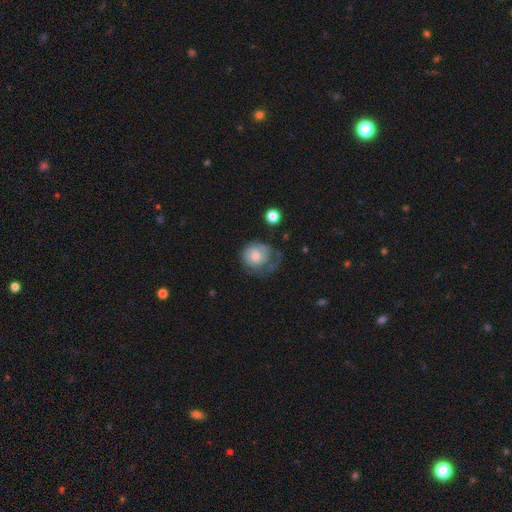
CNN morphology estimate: smooth-or-featured: featured or disk: 55% | smooth: 38% | star or artifact: 7%
  disk-edge-on: no: 97% | yes: 3%
    bar: no: 74% | weak: 23% | strong: 3%
    has-spiral-arms: yes: 81% | no: 19%
    bulge-size: moderate: 47% | small: 33% | large: 11% | none: 7% | dominant: 2%
  merging: none: 39% | major disturbance: 31% | minor disturbance: 26% | merger: 3%